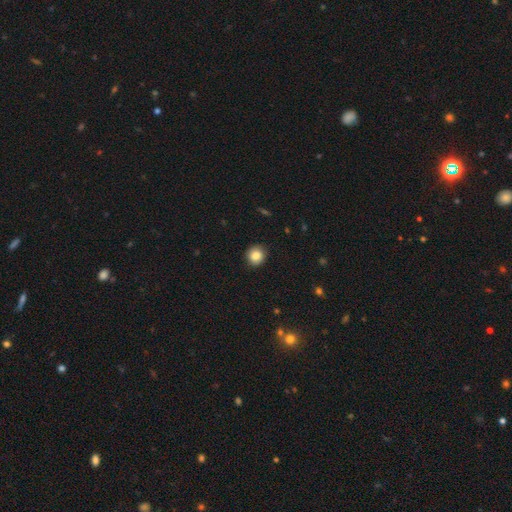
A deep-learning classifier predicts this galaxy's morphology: A smooth galaxy with no disk features (84%) that is round (88%).

Vote fractions:
- Smooth or featured? smooth: 84% / star or artifact: 9% / featured or disk: 6%
- How rounded? round: 88% / in between: 11% / cigar-shaped: 1%
- Merging? none: 89% / minor disturbance: 8% / major disturbance: 2% / merger: 1%